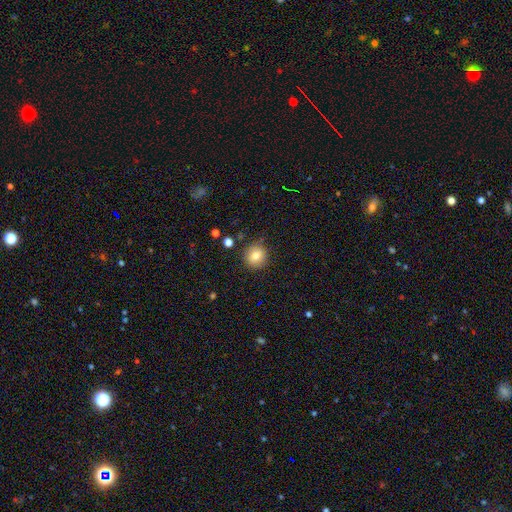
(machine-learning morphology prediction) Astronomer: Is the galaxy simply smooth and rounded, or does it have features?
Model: smooth — 79%.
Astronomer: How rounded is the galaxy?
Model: round — 88%.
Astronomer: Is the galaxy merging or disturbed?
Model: none — 85%.